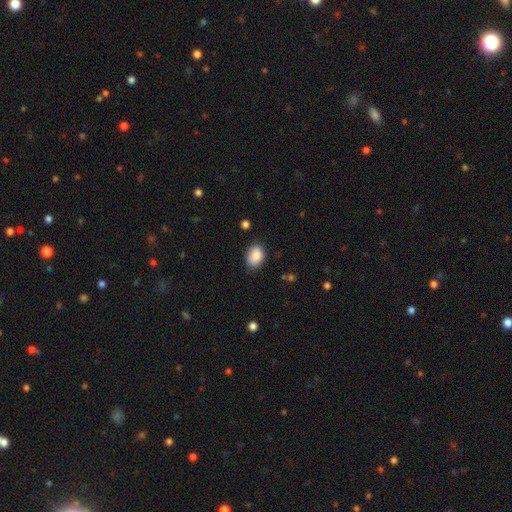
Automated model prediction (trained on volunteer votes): Smooth or featured?
  - smooth: 88% *
  - star or artifact: 7%
  - featured or disk: 4%
How rounded?
  - in between: 76% *
  - round: 23%
  - cigar-shaped: 1%
Merging?
  - none: 80% *
  - minor disturbance: 16%
  - major disturbance: 3%
  - merger: 1%